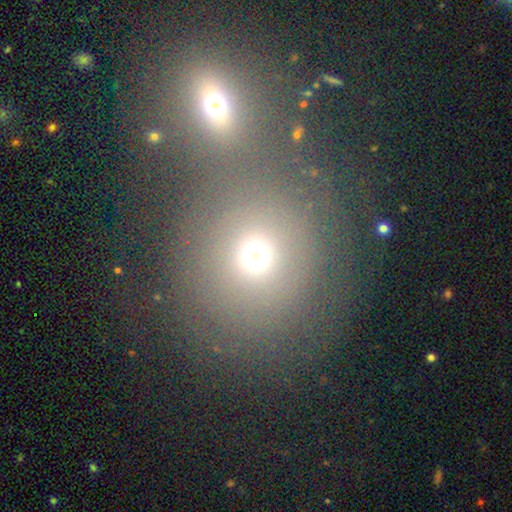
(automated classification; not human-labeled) Smooth or featured? smooth (67%)
How rounded? round (85%)
Merging? none (44%)